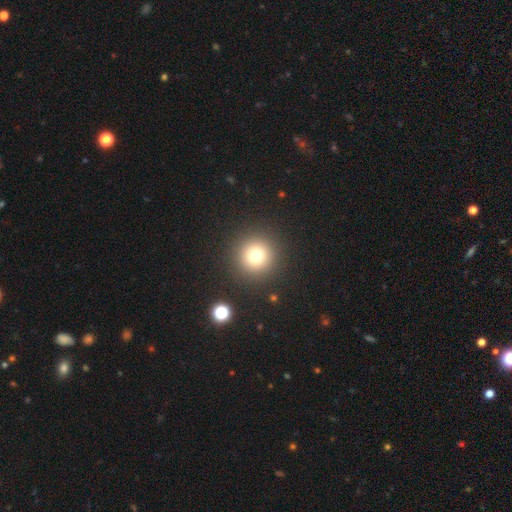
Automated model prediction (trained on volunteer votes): smooth_or_featured: smooth (p=0.75) [alt: star or artifact p=0.16]
how_rounded: round (p=0.96) [alt: in between p=0.03]
merging: none (p=0.91) [alt: minor disturbance p=0.05]